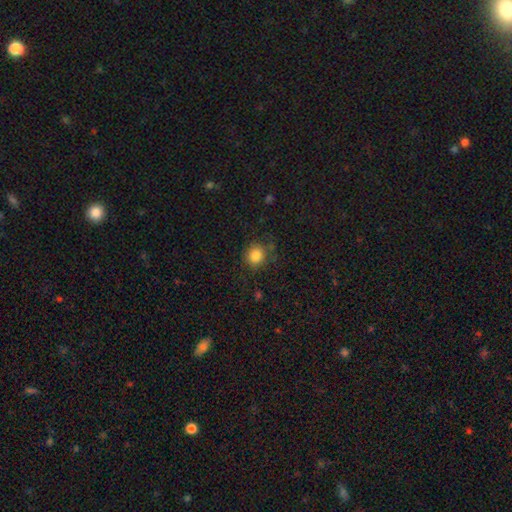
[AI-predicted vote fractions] Overall: smooth (84%). How rounded: round (85%). Merging: none (75%).